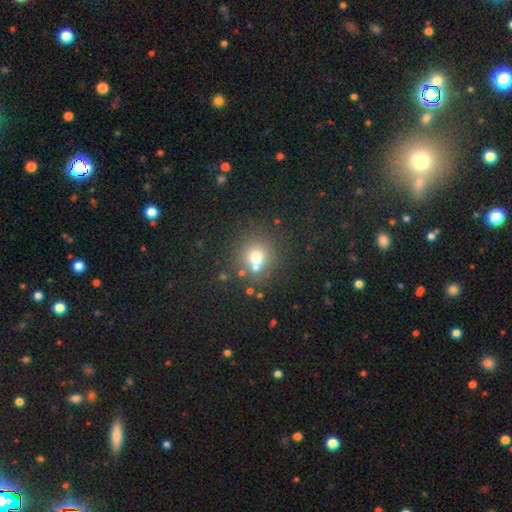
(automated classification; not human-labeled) Smooth or featured: smooth — 67% (star or artifact — 18%)
How rounded: round — 85% (in between — 14%)
Merging: none — 60% (merger — 24%)